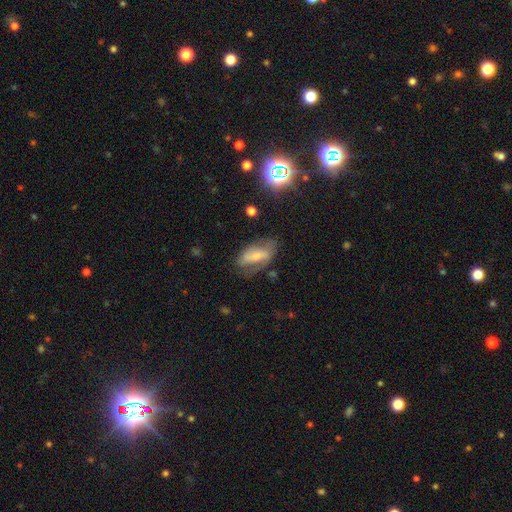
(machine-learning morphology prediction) This is possibly a featured or disk galaxy (49%). Merging: possibly none (53%).